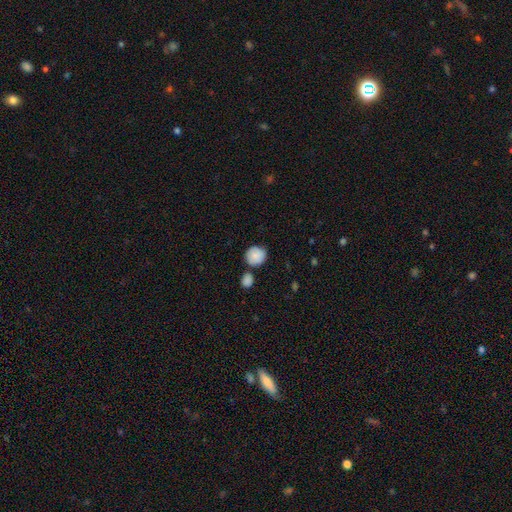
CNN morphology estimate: Smooth or featured: smooth — 83% (featured or disk — 9%)
How rounded: round — 84% (in between — 15%)
Merging: none — 64% (merger — 16%)